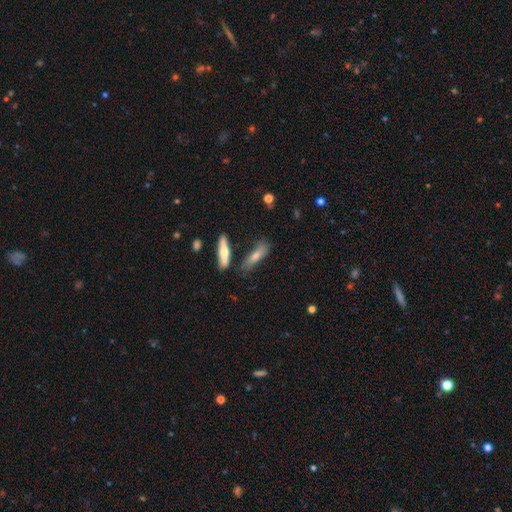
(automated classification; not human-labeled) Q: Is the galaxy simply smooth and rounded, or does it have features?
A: smooth — 56%.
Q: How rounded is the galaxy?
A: cigar-shaped — 70%.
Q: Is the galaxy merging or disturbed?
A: none — 63%.